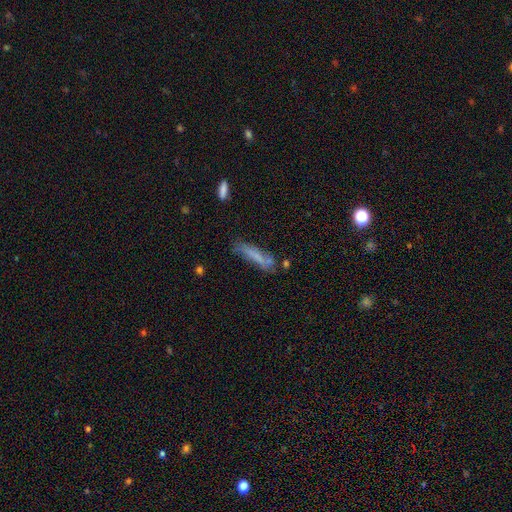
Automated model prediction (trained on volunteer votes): Smooth or featured?
  - smooth: 56% *
  - featured or disk: 32%
  - star or artifact: 12%
How rounded?
  - cigar-shaped: 83% *
  - in between: 15%
  - round: 2%
Merging?
  - none: 64% *
  - minor disturbance: 23%
  - major disturbance: 8%
  - merger: 6%